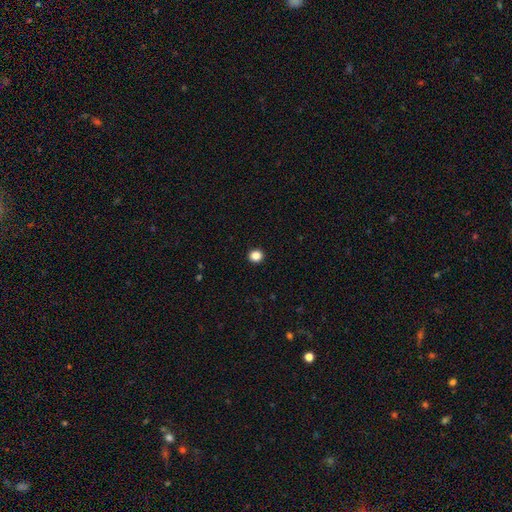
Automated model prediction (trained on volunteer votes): This is clearly a smooth galaxy (86%). How rounded: clearly round (90%). Merging: clearly none (94%).